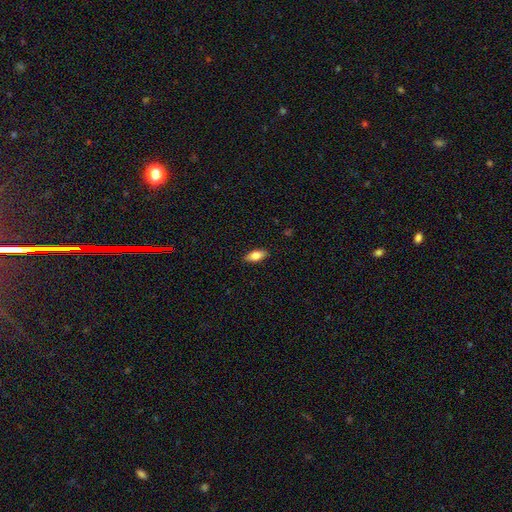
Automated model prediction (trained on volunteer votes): Overall: smooth (79%). How rounded: in between (84%). Merging: none (89%).